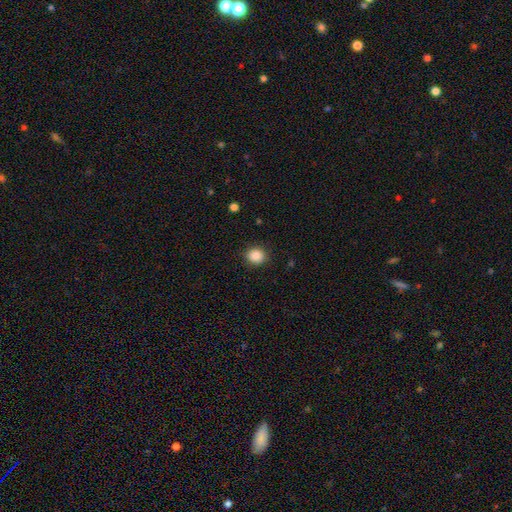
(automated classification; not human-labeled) smooth 88%, star or artifact 9%, featured or disk 3%. Down the decision tree: how rounded — round (77%); merging — none (89%).